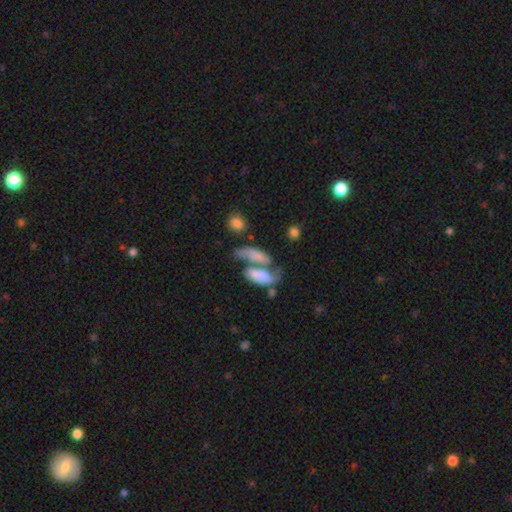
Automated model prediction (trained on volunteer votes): Morphology: type=smooth (59%); roundness=in between (74%); merging=merger (61%).